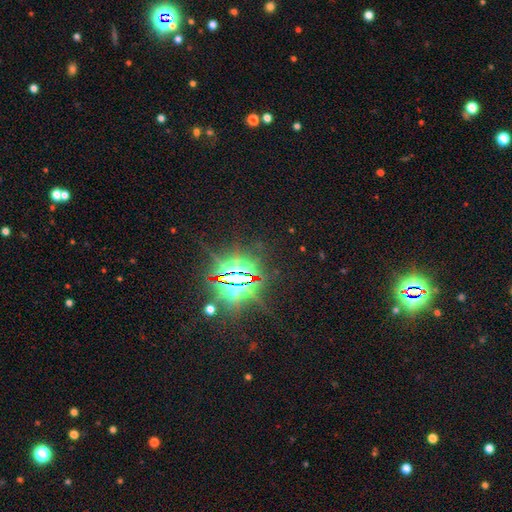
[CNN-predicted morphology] star or artifact 87%, smooth 7%, featured or disk 6%.